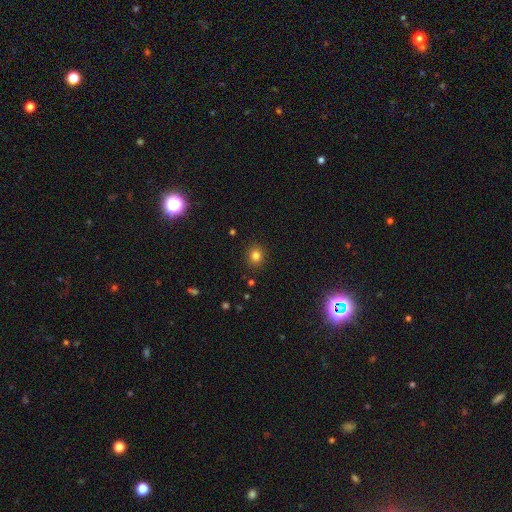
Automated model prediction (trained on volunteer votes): Smooth or featured: smooth — 81% (star or artifact — 13%)
How rounded: round — 78% (in between — 22%)
Merging: none — 90% (minor disturbance — 7%)